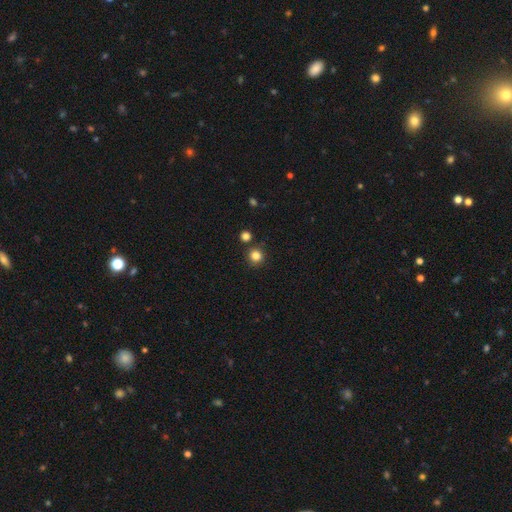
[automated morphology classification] This is clearly a smooth galaxy (83%). How rounded: clearly round (93%). Merging: clearly none (83%).